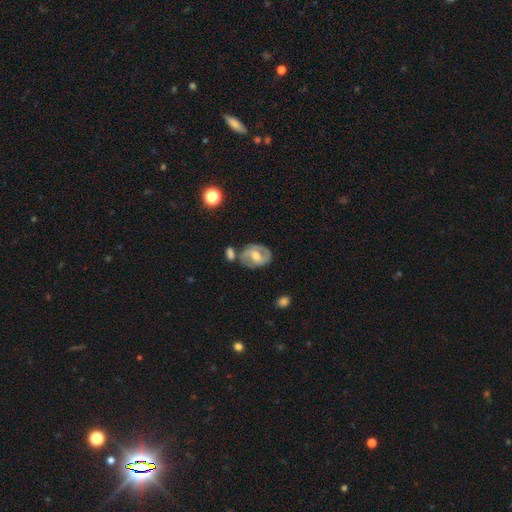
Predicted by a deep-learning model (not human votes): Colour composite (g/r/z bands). It shows a featured or disk galaxy (67%) with a weak bar (45%), spiral arms (76%) and a moderate central bulge (60%). Merging: none (58%).